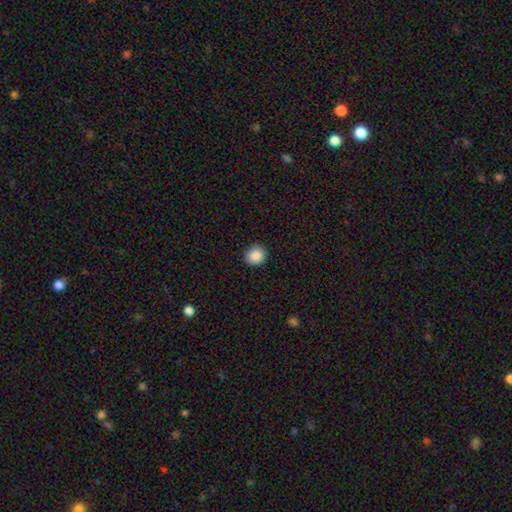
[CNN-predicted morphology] A smooth galaxy with no disk features (88%) that is round (82%).

Vote fractions:
- Smooth or featured? smooth: 88% / star or artifact: 9% / featured or disk: 3%
- How rounded? round: 82% / in between: 17% / cigar-shaped: 1%
- Merging? none: 89% / minor disturbance: 8% / major disturbance: 2% / merger: 1%